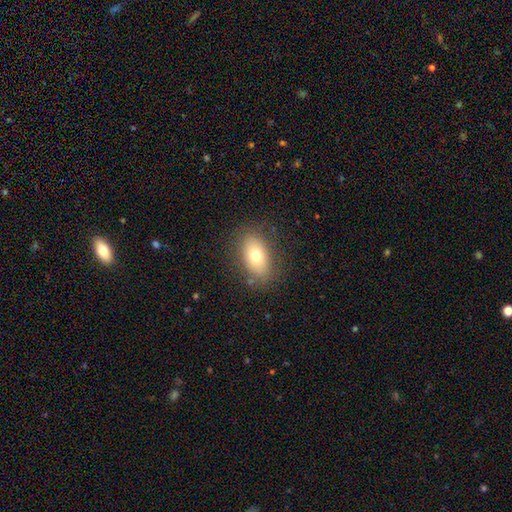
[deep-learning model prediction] Smooth or featured: smooth — 74% (featured or disk — 16%)
How rounded: in between — 88% (round — 10%)
Merging: none — 82% (minor disturbance — 12%)